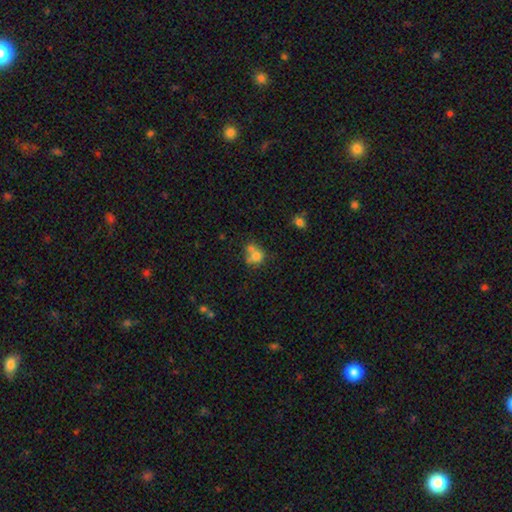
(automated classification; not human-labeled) A smooth galaxy with no disk features (71%) that is round (70%).

Vote fractions:
- Smooth or featured? smooth: 71% / featured or disk: 17% / star or artifact: 12%
- How rounded? round: 70% / in between: 29% / cigar-shaped: 1%
- Merging? merger: 53% / none: 32% / minor disturbance: 10% / major disturbance: 5%